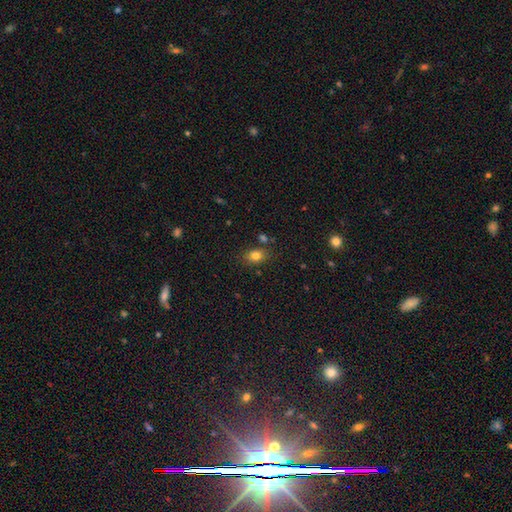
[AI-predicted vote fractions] A smooth galaxy with no disk features (80%) that is in between round and cigar-shaped (72%). Merging: none (79%).